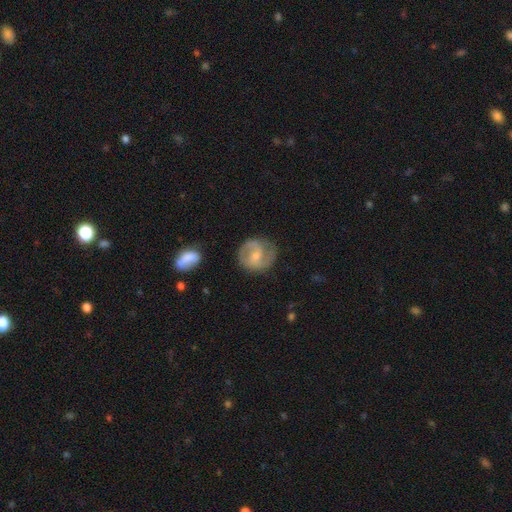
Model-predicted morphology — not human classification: This is clearly a featured or disk galaxy (80%). It is clearly not viewed edge-on (98%). Bar: possibly weak (46%). Spiral arm pattern: clearly yes (94%). Spiral arm count: clearly 2 (88%). Spiral winding: possibly medium (53%). Central bulge: possibly small (56%). Merging: likely none (78%).